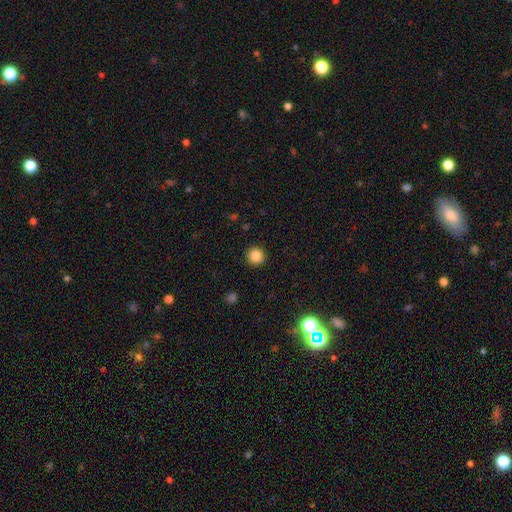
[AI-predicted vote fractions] smooth 85%, star or artifact 11%, featured or disk 4%. Down the decision tree: how rounded — round (94%); merging — none (92%).